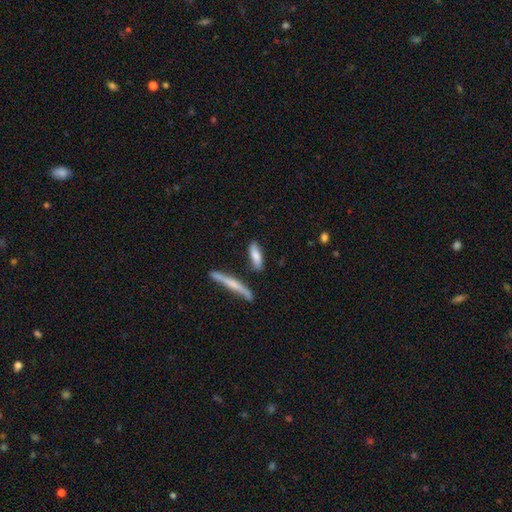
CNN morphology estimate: This is likely a smooth galaxy (76%). How rounded: possibly cigar-shaped (49%, tied with in between). Merging: likely none (75%).